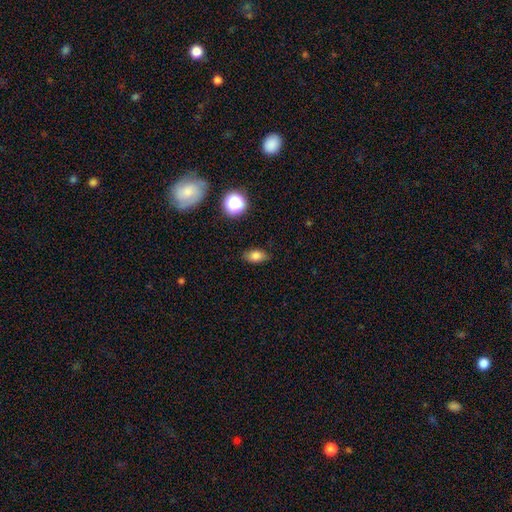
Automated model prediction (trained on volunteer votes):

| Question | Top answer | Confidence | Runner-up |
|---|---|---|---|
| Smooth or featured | smooth | 80% | star or artifact (11%) |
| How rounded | in between | 86% | round (11%) |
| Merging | none | 84% | minor disturbance (12%) |